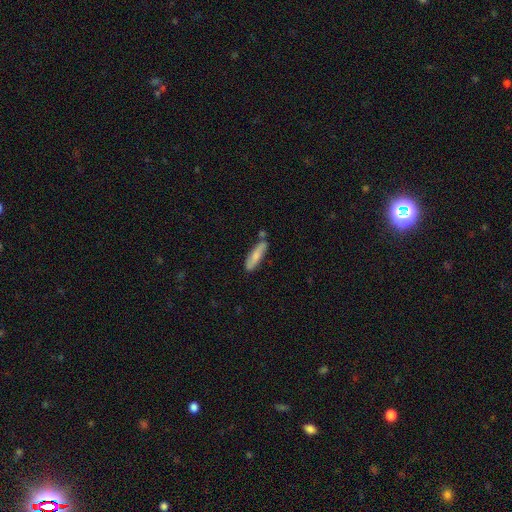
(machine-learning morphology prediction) Smooth or featured?
  - smooth: 74% *
  - featured or disk: 21%
  - star or artifact: 6%
How rounded?
  - cigar-shaped: 72% *
  - in between: 26%
  - round: 2%
Merging?
  - none: 73% *
  - minor disturbance: 16%
  - merger: 9%
  - major disturbance: 3%